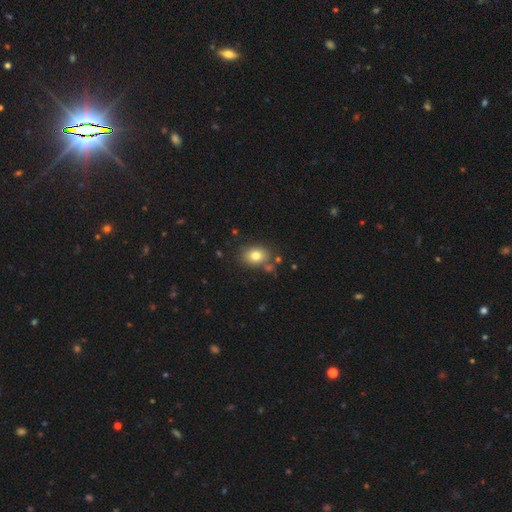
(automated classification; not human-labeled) This is likely a smooth galaxy (79%). How rounded: likely in between (64%). Merging: likely none (77%).